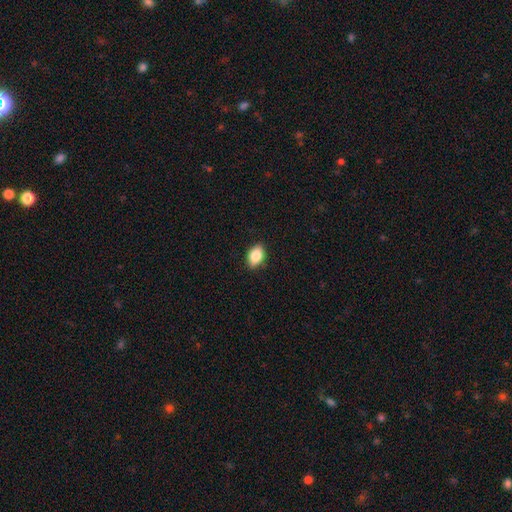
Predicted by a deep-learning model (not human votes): smooth-or-featured: smooth: 84% | featured or disk: 8% | star or artifact: 8%
  how-rounded: in between: 87% | round: 11% | cigar-shaped: 2%
  merging: none: 87% | minor disturbance: 10% | major disturbance: 2% | merger: 1%